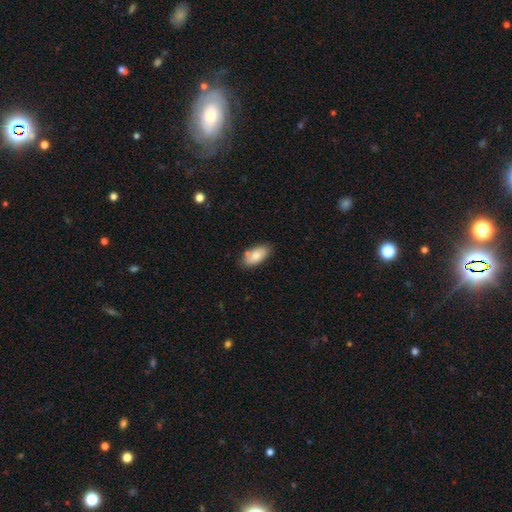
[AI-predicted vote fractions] Overall: smooth (78%). How rounded: in between (92%). Merging: none (76%).